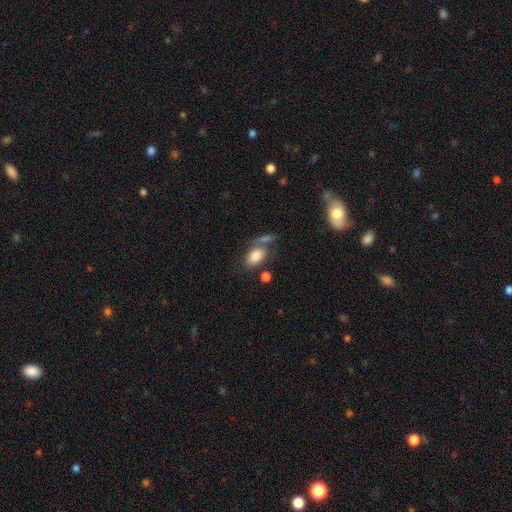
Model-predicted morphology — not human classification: Smooth or featured? smooth (82%)
How rounded? in between (88%)
Merging? none (51%)